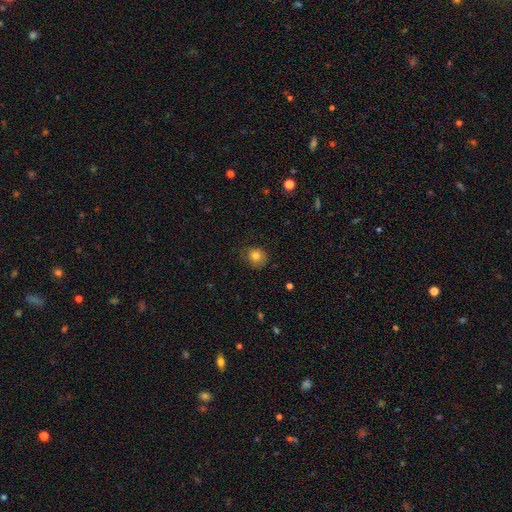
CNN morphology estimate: smooth-or-featured: smooth: 81% | star or artifact: 11% | featured or disk: 8%
  how-rounded: round: 81% | in between: 18% | cigar-shaped: 1%
  merging: none: 71% | minor disturbance: 22% | major disturbance: 6% | merger: 1%